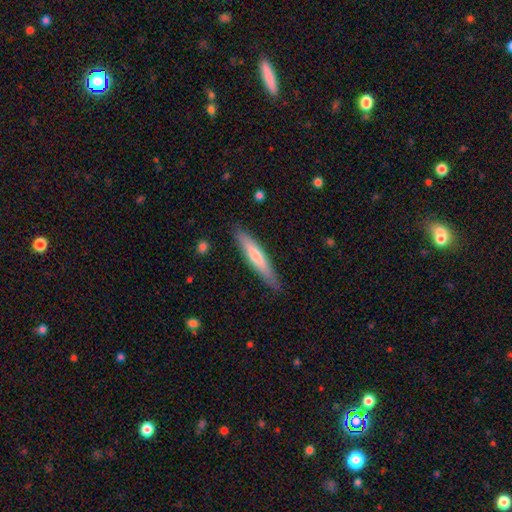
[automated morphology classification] smooth-or-featured: smooth: 54% | featured or disk: 40% | star or artifact: 6%
  how-rounded: cigar-shaped: 92% | in between: 7% | round: 1%
  merging: none: 89% | minor disturbance: 9% | major disturbance: 2% | merger: 1%